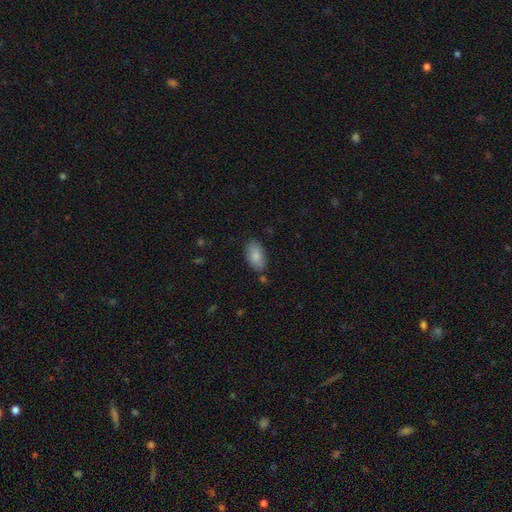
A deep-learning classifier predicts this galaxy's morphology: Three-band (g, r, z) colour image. It shows a smooth galaxy with no disk features (85%) that is in between round and cigar-shaped (93%). Merging: none (79%).